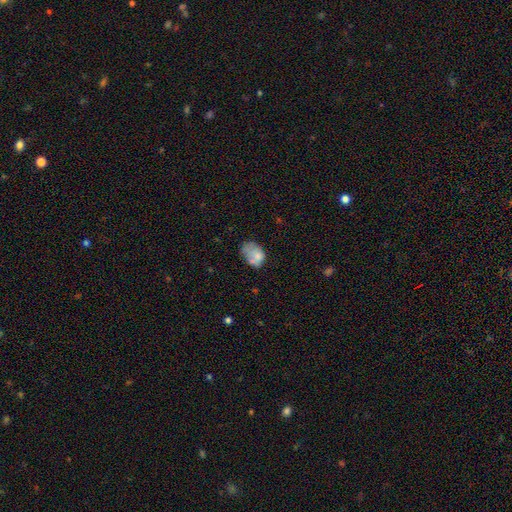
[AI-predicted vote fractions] The model was most divided on "merging": none: 36%, minor disturbance: 30%, major disturbance: 19%, merger: 15%. More confident: how rounded — in between (81%); smooth or featured — smooth (70%).